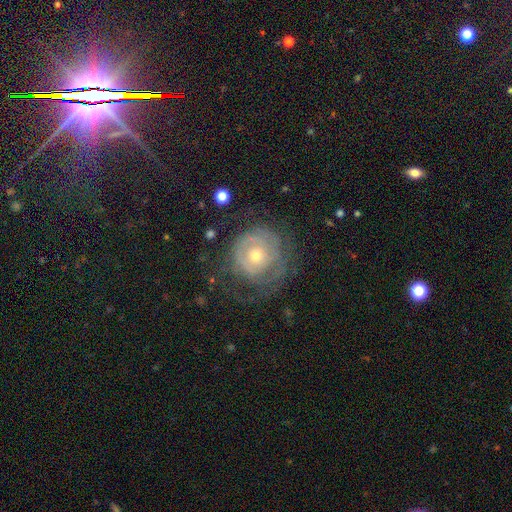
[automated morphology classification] This appears to be a featured or disk galaxy (66%) with no bar (83%), spiral arms (68%) and a small central bulge (51%). Merging: none (58%).